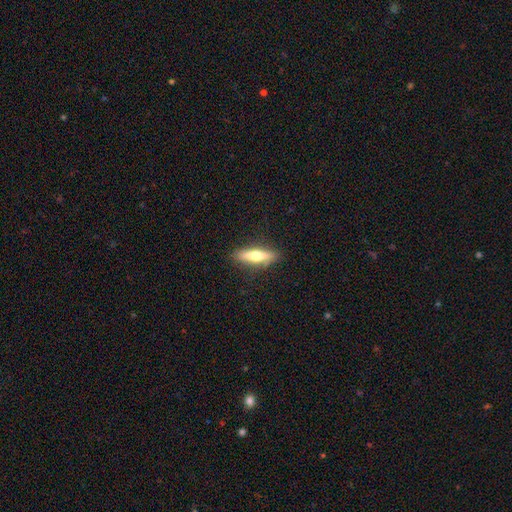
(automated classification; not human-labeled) Smooth or featured? smooth (56%)
How rounded? cigar-shaped (71%)
Merging? none (87%)